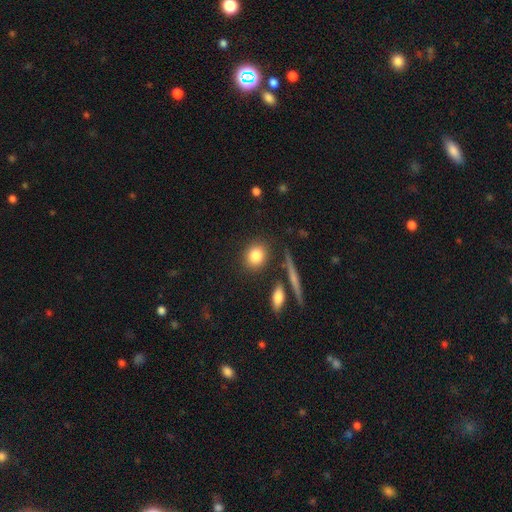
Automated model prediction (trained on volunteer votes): Smooth or featured? smooth (83%)
How rounded? round (65%)
Merging? none (83%)